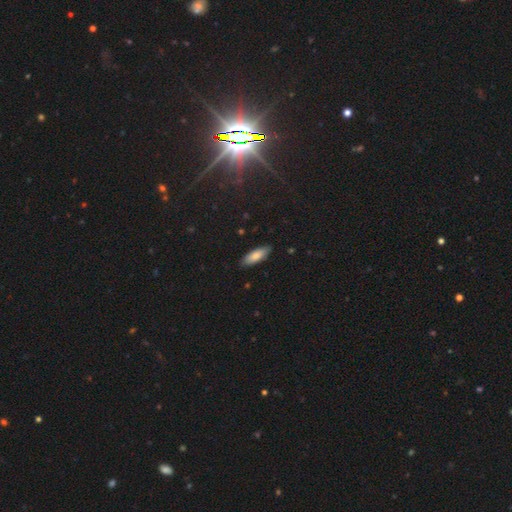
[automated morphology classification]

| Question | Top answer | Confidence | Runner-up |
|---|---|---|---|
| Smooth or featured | smooth | 81% | featured or disk (12%) |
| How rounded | in between | 63% | cigar-shaped (35%) |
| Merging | none | 87% | minor disturbance (10%) |